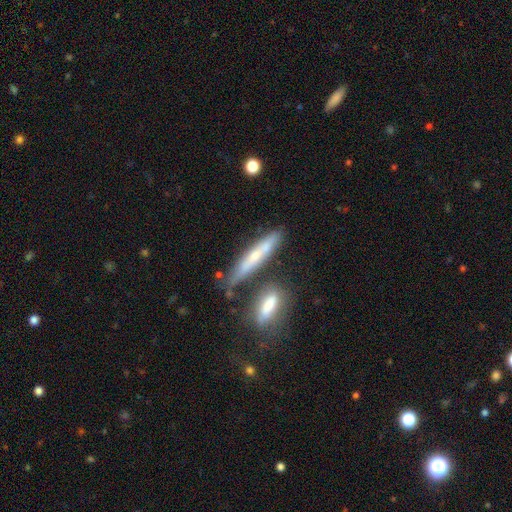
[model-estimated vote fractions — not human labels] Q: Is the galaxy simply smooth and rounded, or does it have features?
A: smooth — 48%.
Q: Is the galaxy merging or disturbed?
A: none — 66%.